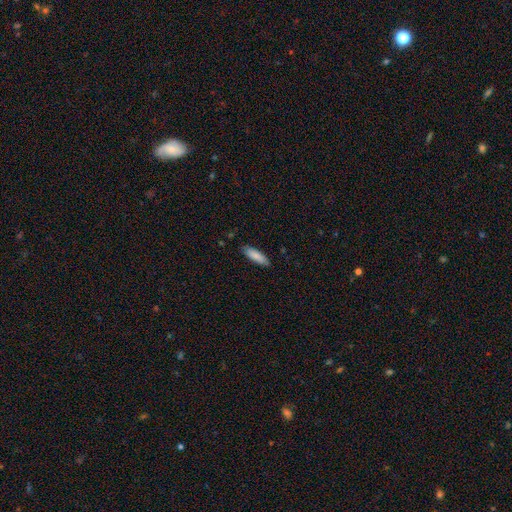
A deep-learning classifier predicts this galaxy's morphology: Overall: smooth (86%). How rounded: cigar-shaped (53%; in between 45%). Merging: none (85%).